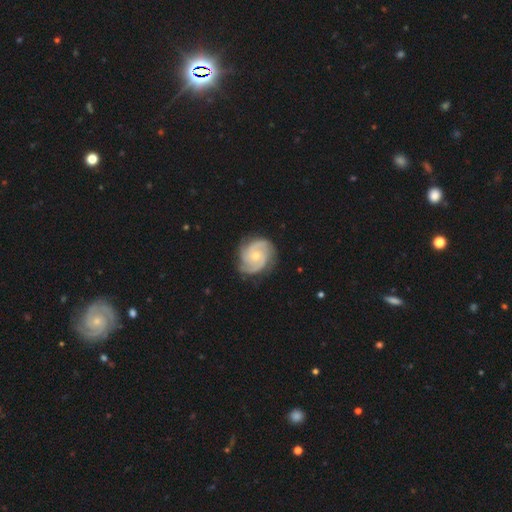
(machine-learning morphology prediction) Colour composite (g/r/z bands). It shows a featured or disk galaxy (88%) with no bar (70%), 3 (40%) tight (50%) spiral arms (98%) and a small central bulge (55%). Merging: none (80%).